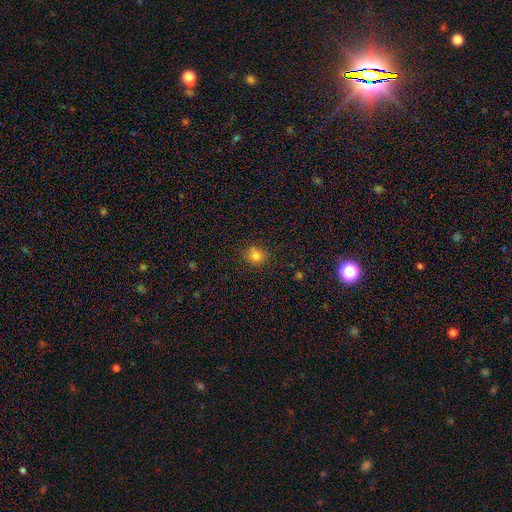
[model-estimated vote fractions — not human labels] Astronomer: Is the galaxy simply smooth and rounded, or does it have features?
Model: smooth — 81%.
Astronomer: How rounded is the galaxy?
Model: round — 77%.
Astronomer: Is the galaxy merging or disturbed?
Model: none — 79%.